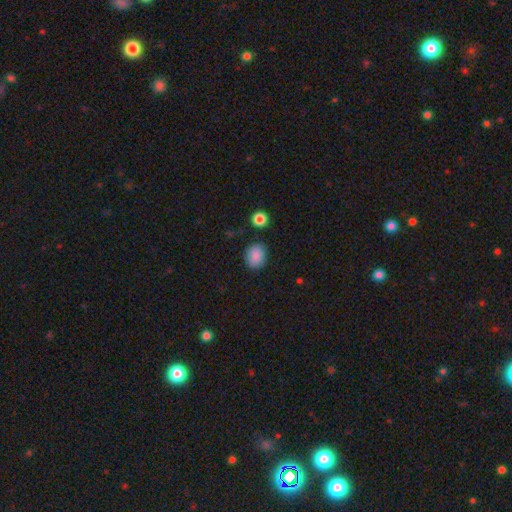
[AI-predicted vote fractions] smooth-or-featured: smooth: 88% | star or artifact: 8% | featured or disk: 4%
  how-rounded: round: 50% | in between: 49% | cigar-shaped: 1%
  merging: none: 82% | minor disturbance: 12% | major disturbance: 3% | merger: 2%